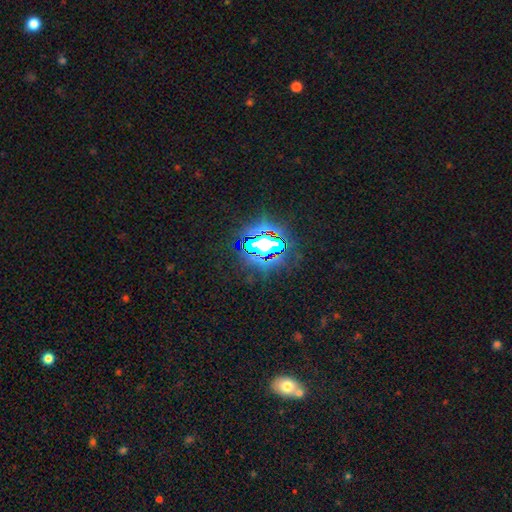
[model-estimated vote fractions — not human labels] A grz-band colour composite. It shows a star or artifact, not a galaxy (80%).